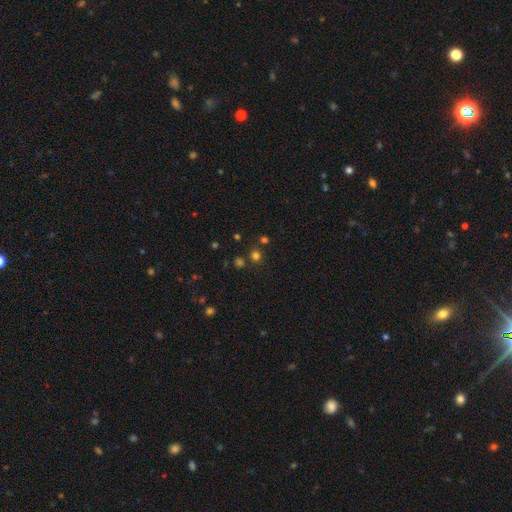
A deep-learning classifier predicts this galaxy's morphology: The model was most divided on "smooth or featured": smooth: 69%, star or artifact: 25%, featured or disk: 5%. More confident: how rounded — round (91%); merging — none (82%).